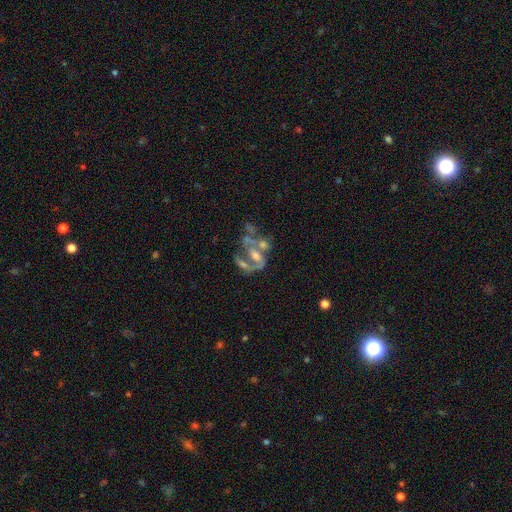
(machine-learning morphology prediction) This is likely a featured or disk galaxy (74%). It is clearly not viewed edge-on (97%). Bar: possibly no (55%). Spiral arm pattern: possibly yes (56%). Central bulge: marginally moderate (45%). Merging: marginally merger (38%).